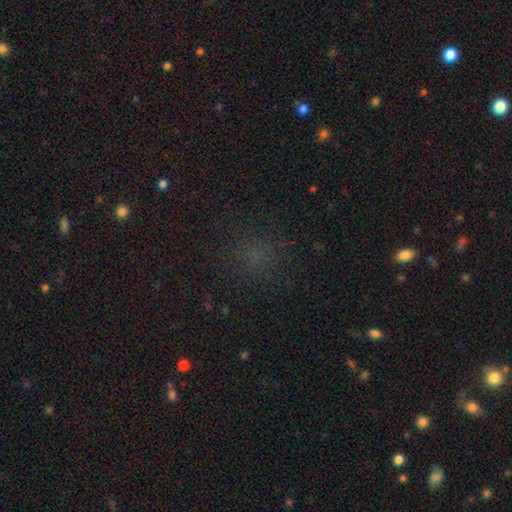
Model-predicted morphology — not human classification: Smooth or featured? smooth (54%)
How rounded? round (84%)
Merging? none (81%)